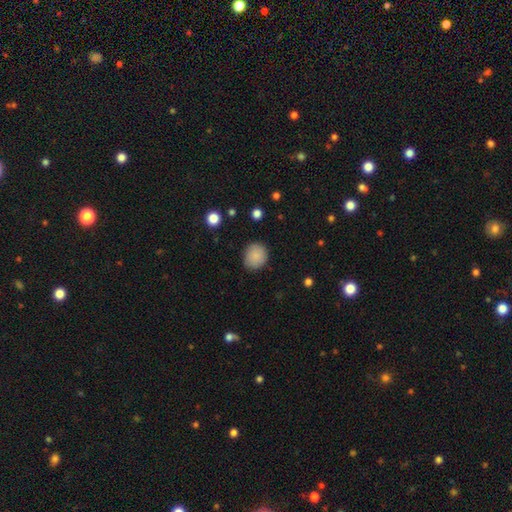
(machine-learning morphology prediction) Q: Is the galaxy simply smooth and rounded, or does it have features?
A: smooth — 88%.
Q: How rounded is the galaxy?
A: round — 81%.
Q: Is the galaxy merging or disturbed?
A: none — 85%.